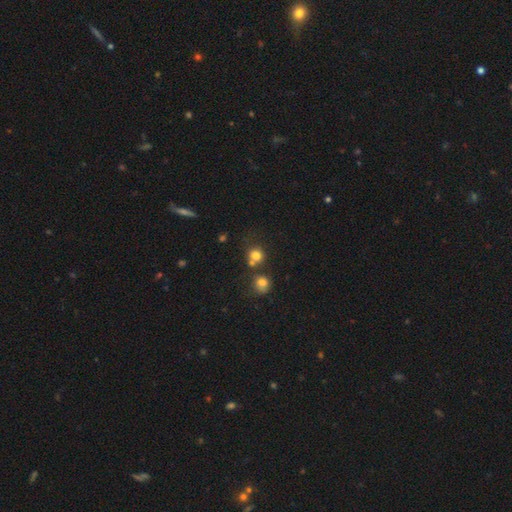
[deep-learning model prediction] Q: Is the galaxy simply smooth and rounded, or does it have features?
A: smooth — 77%.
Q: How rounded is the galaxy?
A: round — 84%.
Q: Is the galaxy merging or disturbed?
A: none — 56%.